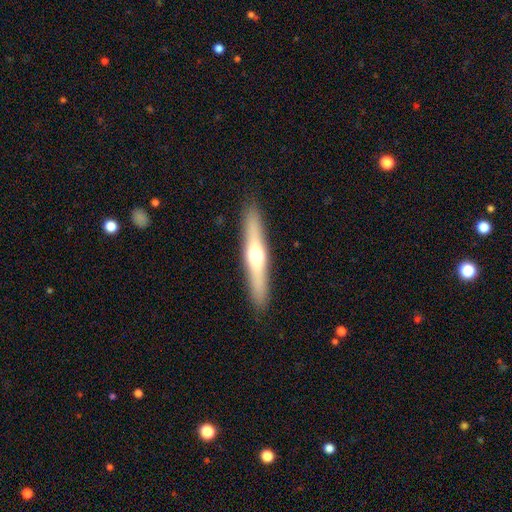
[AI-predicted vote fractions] Smooth or featured? Predicted: featured or disk (p=0.55). Edge-on disk? Predicted: yes (p=0.94). Edge-on bulge? Predicted: rounded (p=0.91). Merging? Predicted: none (p=0.91).